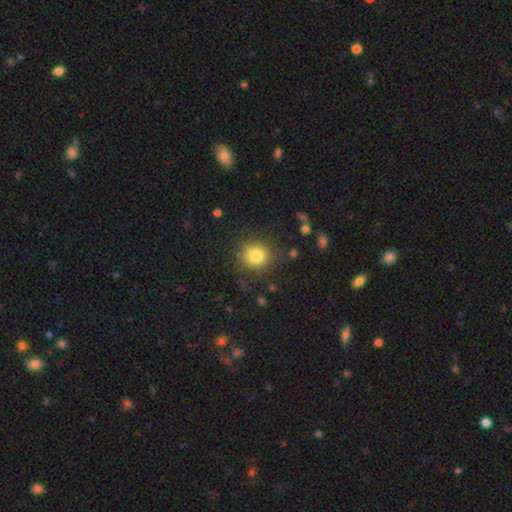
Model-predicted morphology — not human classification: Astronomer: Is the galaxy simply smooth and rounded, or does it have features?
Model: smooth — 82%.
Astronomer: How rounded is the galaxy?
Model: round — 87%.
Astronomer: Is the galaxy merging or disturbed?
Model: none — 84%.